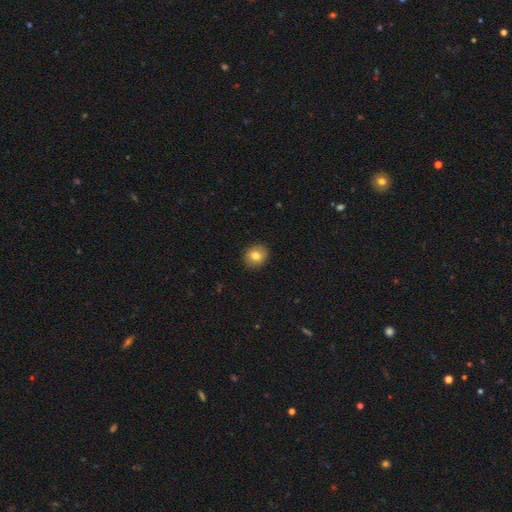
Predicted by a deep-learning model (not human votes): A smooth galaxy with no disk features (80%) that is round (71%). Merging: none (90%).